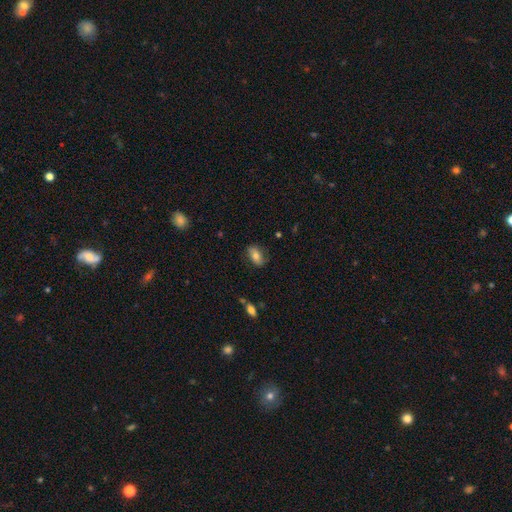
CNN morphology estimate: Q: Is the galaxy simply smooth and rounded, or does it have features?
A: smooth — 71%.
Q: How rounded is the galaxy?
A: in between — 88%.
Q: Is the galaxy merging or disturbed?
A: none — 78%.